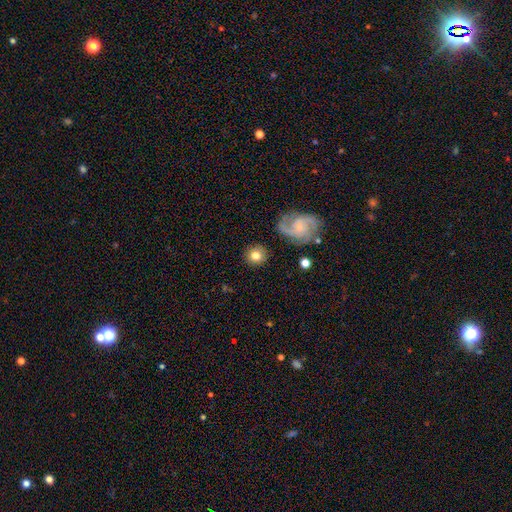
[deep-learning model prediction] smooth_or_featured: smooth (p=0.70) [alt: featured or disk p=0.22]
how_rounded: round (p=0.90) [alt: in between p=0.09]
merging: none (p=0.86) [alt: minor disturbance p=0.08]